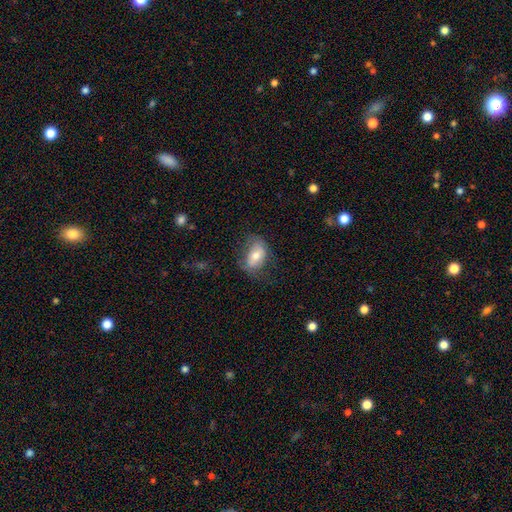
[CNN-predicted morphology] A smooth galaxy with no disk features (65%) that is in between round and cigar-shaped (87%). Merging: none (58%).